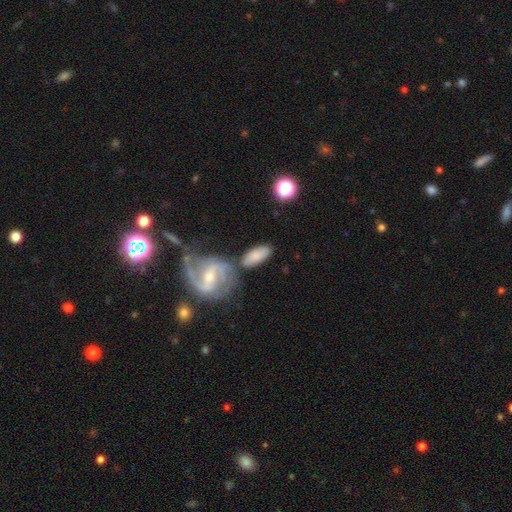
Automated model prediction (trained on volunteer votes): Smooth or featured? smooth (64%)
How rounded? in between (87%)
Merging? none (64%)